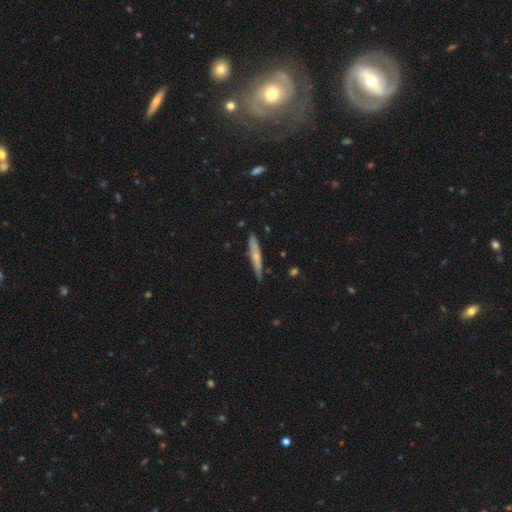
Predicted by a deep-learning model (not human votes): Q: Smooth or featured?
A: smooth (57%); runner-up: featured or disk (37%)
Q: How rounded?
A: cigar-shaped (93%); runner-up: in between (6%)
Q: Merging?
A: none (79%); runner-up: minor disturbance (17%)